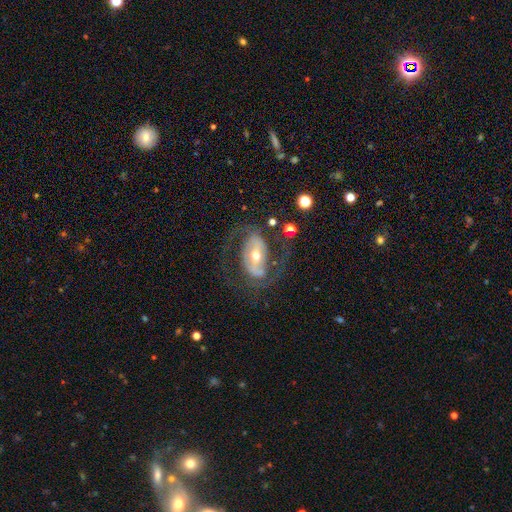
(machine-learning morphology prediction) Smooth or featured?
  - featured or disk: 81% *
  - smooth: 13%
  - star or artifact: 6%
Edge-on disk?
  - no: 95% *
  - yes: 5%
Bar?
  - strong: 42% *
  - weak: 32%
  - no: 26%
Spiral arms?
  - yes: 82% *
  - no: 18%
Spiral winding?
  - medium: 51% *
  - loose: 29%
  - tight: 21%
Spiral arm count?
  - 2: 86% *
  - can't tell: 7%
  - 1: 3%
  - 3: 1%
  - 4: 1%
  - more than 4: 1%
Bulge size?
  - moderate: 59% *
  - small: 35%
  - large: 4%
  - dominant: 1%
  - none: 1%
Merging?
  - none: 66% *
  - major disturbance: 18%
  - minor disturbance: 14%
  - merger: 2%